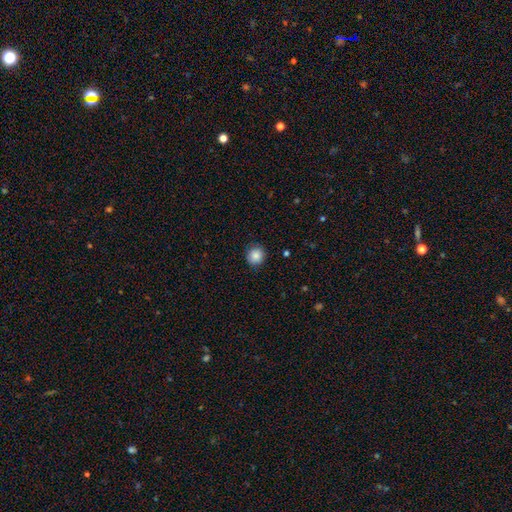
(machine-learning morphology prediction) Smooth or featured?
  - smooth: 86% *
  - star or artifact: 9%
  - featured or disk: 5%
How rounded?
  - round: 88% *
  - in between: 11%
  - cigar-shaped: 1%
Merging?
  - none: 88% *
  - minor disturbance: 9%
  - major disturbance: 2%
  - merger: 1%